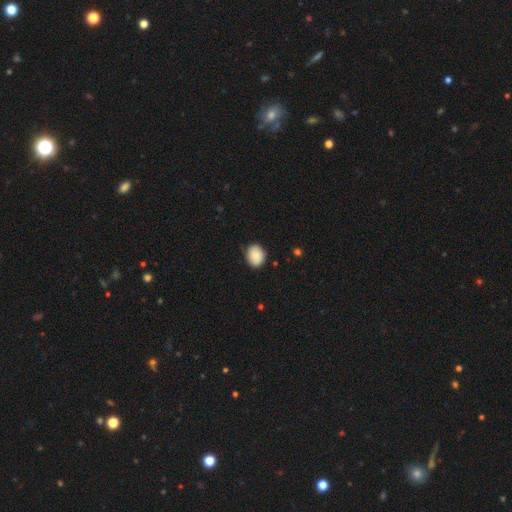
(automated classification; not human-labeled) smooth 83%, featured or disk 9%, star or artifact 7%. Down the decision tree: how rounded — round (56%); merging — none (79%).